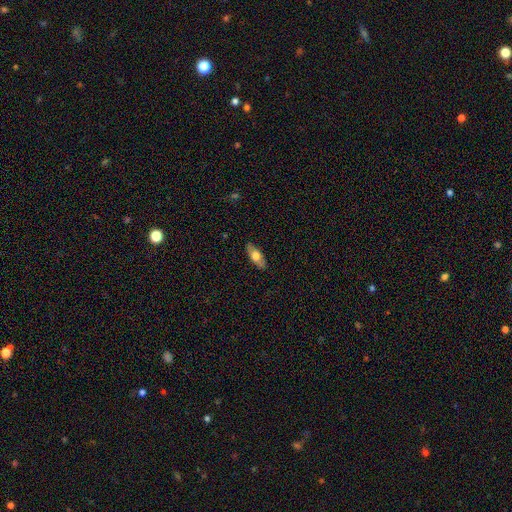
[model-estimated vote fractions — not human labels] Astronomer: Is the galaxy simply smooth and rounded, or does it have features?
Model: smooth — 59% (runner-up: featured or disk, 35%).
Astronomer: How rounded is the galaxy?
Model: in between — 74%.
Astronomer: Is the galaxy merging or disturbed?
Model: none — 86%.